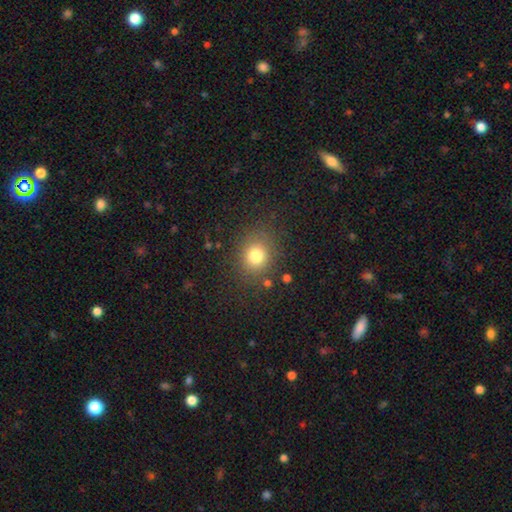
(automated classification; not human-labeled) Smooth or featured? Predicted: smooth (p=0.78). How rounded? Predicted: round (p=0.72). Merging? Predicted: none (p=0.83).